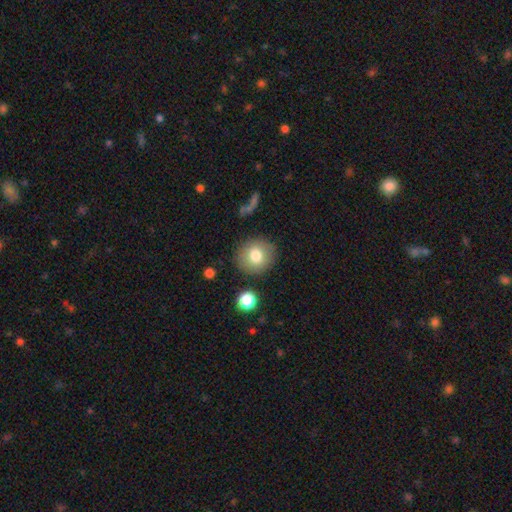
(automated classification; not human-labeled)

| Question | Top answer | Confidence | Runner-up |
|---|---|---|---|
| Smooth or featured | smooth | 79% | featured or disk (12%) |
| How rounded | round | 86% | in between (13%) |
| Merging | none | 85% | minor disturbance (9%) |